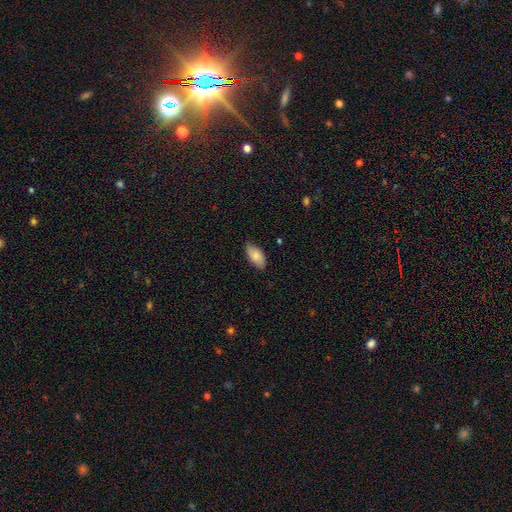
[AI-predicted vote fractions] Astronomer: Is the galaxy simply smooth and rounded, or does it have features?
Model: smooth — 81%.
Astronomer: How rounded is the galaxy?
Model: in between — 93%.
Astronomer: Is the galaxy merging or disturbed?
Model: none — 80%.